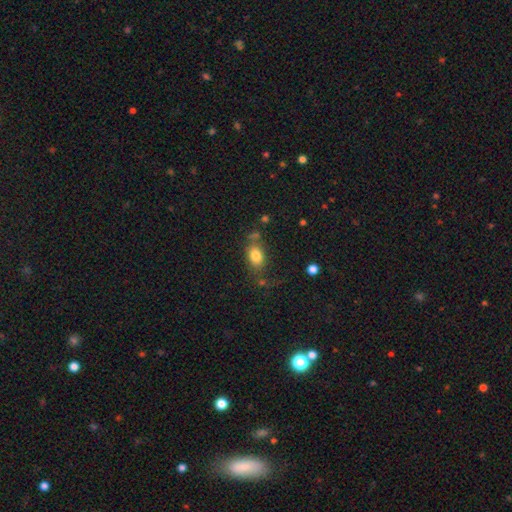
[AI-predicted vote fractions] Q: Smooth or featured?
A: smooth (81%); runner-up: star or artifact (10%)
Q: How rounded?
A: in between (76%); runner-up: round (22%)
Q: Merging?
A: none (64%); runner-up: minor disturbance (18%)